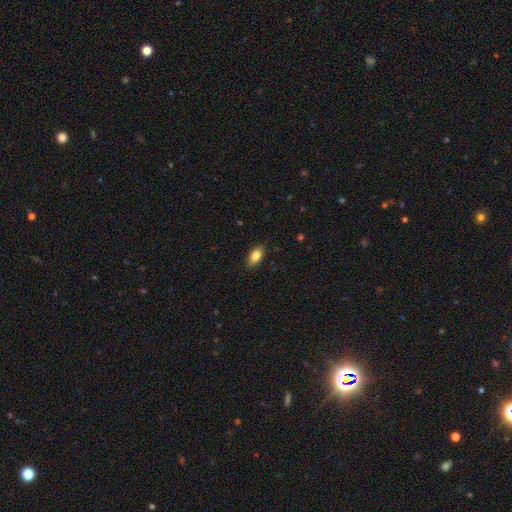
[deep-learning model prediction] smooth-or-featured: smooth: 83% | featured or disk: 10% | star or artifact: 7%
  how-rounded: in between: 89% | cigar-shaped: 6% | round: 5%
  merging: none: 86% | minor disturbance: 11% | major disturbance: 2% | merger: 1%